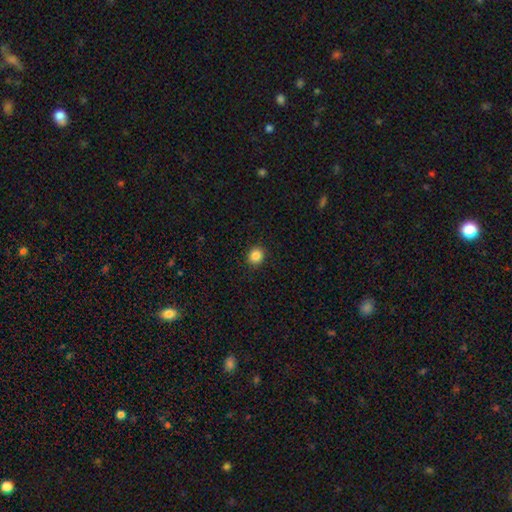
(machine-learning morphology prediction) smooth-or-featured: smooth: 85% | star or artifact: 10% | featured or disk: 4%
  how-rounded: round: 82% | in between: 17% | cigar-shaped: 1%
  merging: none: 92% | minor disturbance: 6% | major disturbance: 2% | merger: 1%